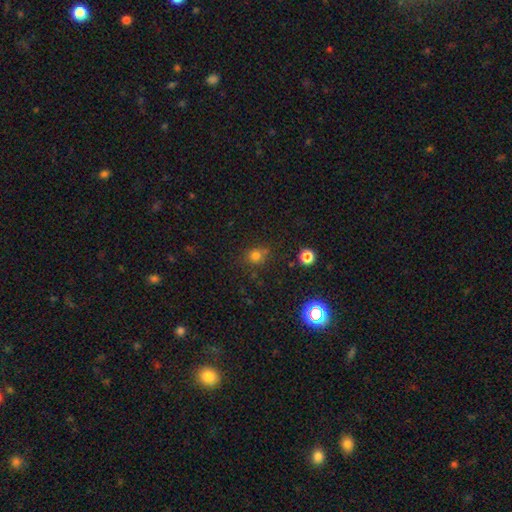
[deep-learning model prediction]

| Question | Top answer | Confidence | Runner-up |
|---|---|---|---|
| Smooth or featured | smooth | 74% | star or artifact (19%) |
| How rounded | round | 80% | in between (19%) |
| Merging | none | 72% | minor disturbance (16%) |